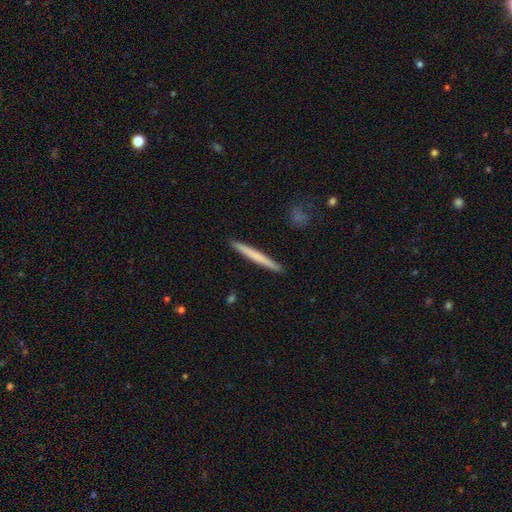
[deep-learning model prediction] smooth-or-featured: smooth: 63% | featured or disk: 32% | star or artifact: 5%
  how-rounded: cigar-shaped: 97% | in between: 2% | round: 1%
  merging: none: 92% | minor disturbance: 5% | major disturbance: 1% | merger: 1%